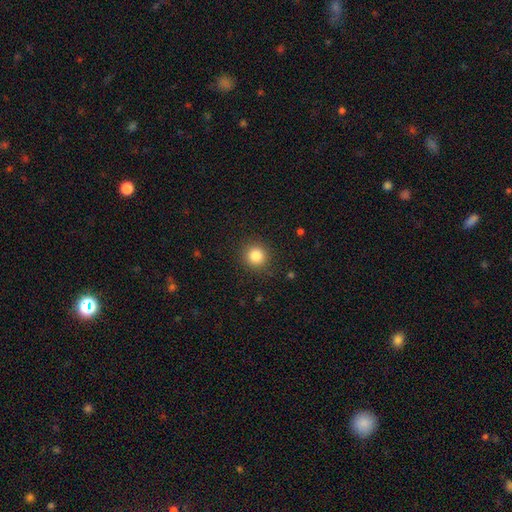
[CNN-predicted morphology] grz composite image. It shows a smooth galaxy with no disk features (84%) that is round (92%). Merging: none (90%).